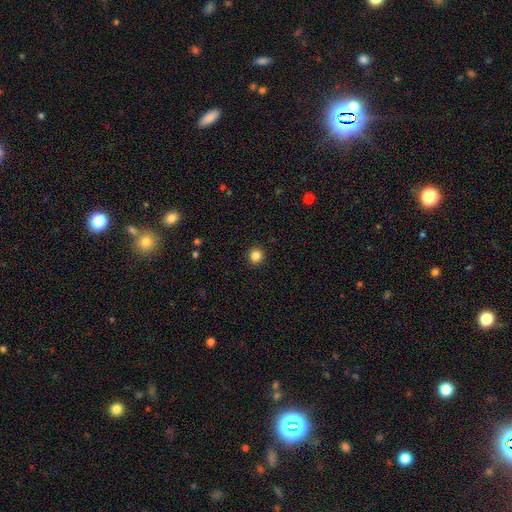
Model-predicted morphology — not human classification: A smooth galaxy with no disk features (84%) that is round (92%).

Vote fractions:
- Smooth or featured? smooth: 84% / star or artifact: 12% / featured or disk: 4%
- How rounded? round: 92% / in between: 7% / cigar-shaped: 1%
- Merging? none: 93% / minor disturbance: 5% / major disturbance: 2% / merger: 1%